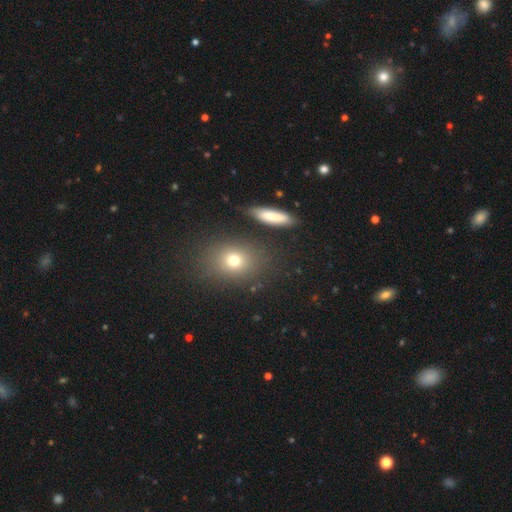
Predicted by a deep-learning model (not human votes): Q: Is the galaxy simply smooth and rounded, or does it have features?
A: smooth — 62%.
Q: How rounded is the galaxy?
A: in between — 53%.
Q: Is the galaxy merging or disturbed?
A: none — 80%.